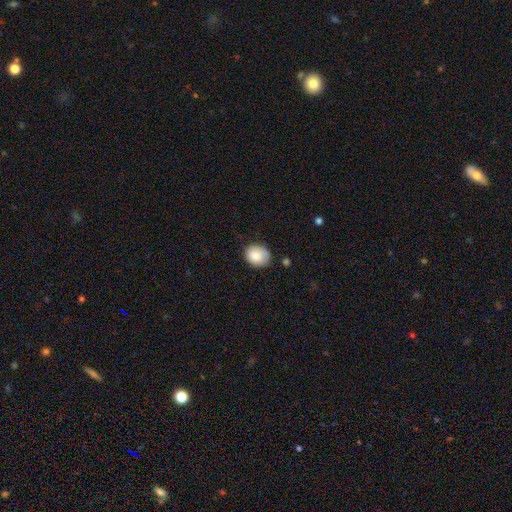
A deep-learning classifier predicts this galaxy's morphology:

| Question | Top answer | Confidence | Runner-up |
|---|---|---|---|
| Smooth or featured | smooth | 83% | featured or disk (9%) |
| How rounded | round | 57% | in between (42%) |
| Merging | none | 70% | minor disturbance (23%) |